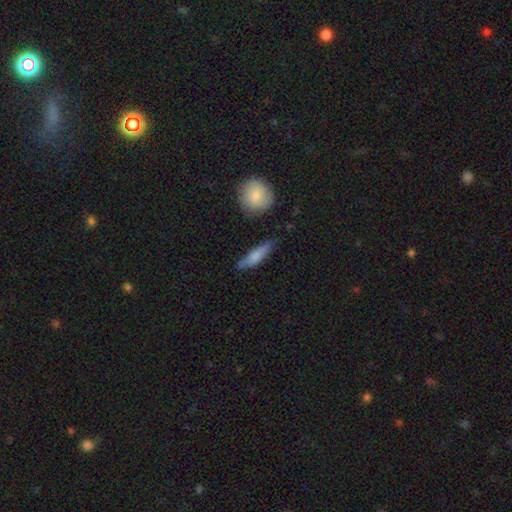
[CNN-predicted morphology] Overall: smooth (65%; featured or disk 29%). How rounded: cigar-shaped (73%). Merging: none (74%).